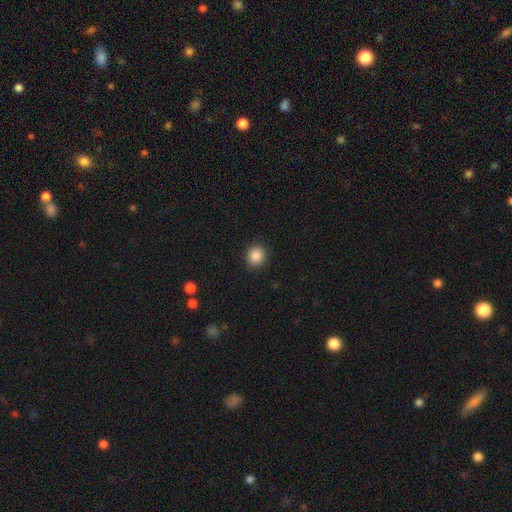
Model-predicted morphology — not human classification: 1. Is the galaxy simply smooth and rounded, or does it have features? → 87% smooth, 10% star or artifact, 3% featured or disk.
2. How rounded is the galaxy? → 88% round, 12% in between, 1% cigar-shaped.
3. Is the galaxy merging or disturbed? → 91% none, 6% minor disturbance, 2% major disturbance, 1% merger.